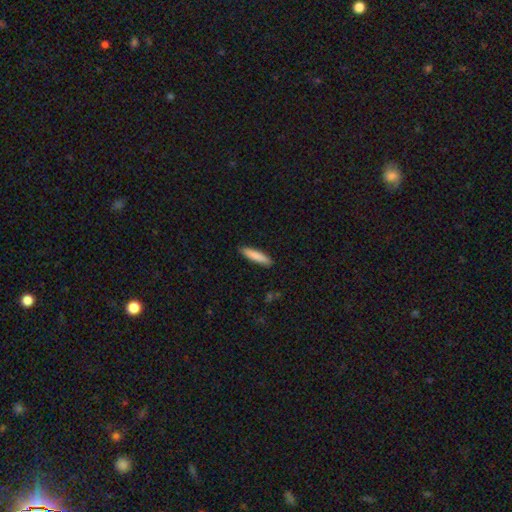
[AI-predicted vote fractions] Morphology: type=smooth (86%); roundness=cigar-shaped (81%); merging=none (89%).